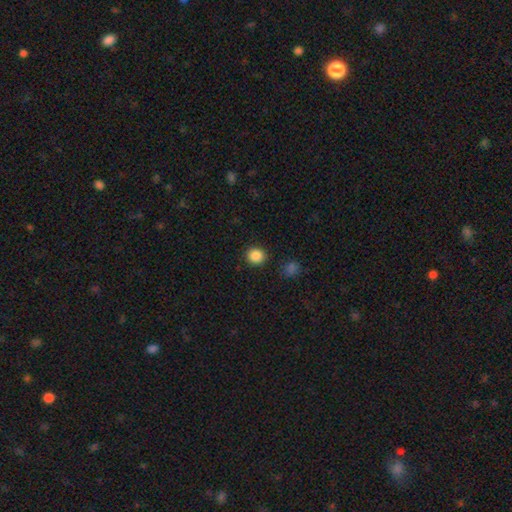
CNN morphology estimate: A smooth galaxy with no disk features (86%) that is round (90%).

Vote fractions:
- Smooth or featured? smooth: 86% / star or artifact: 10% / featured or disk: 3%
- How rounded? round: 90% / in between: 9% / cigar-shaped: 1%
- Merging? none: 90% / minor disturbance: 6% / major disturbance: 2% / merger: 2%